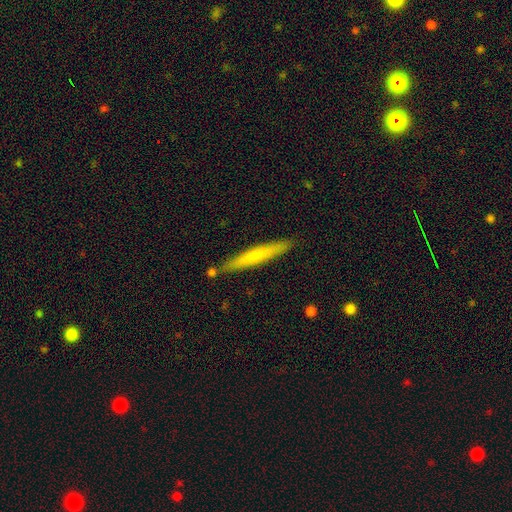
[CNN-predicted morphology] Smooth or featured? Predicted: smooth (p=0.64). How rounded? Predicted: cigar-shaped (p=0.96). Merging? Predicted: none (p=0.86).